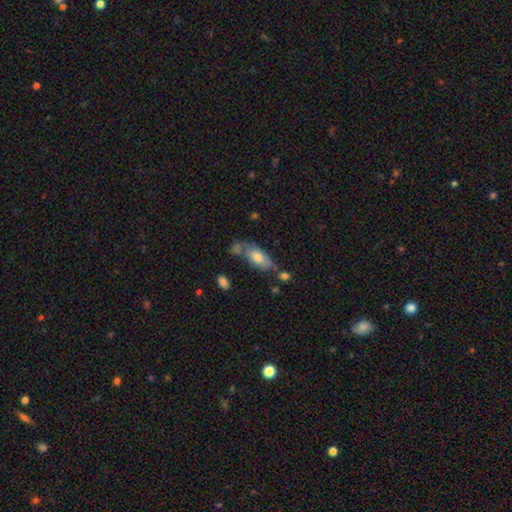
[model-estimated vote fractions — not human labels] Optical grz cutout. It shows a smooth galaxy with no disk features (66%) that is in between round and cigar-shaped (82%). Merging: none (49%).